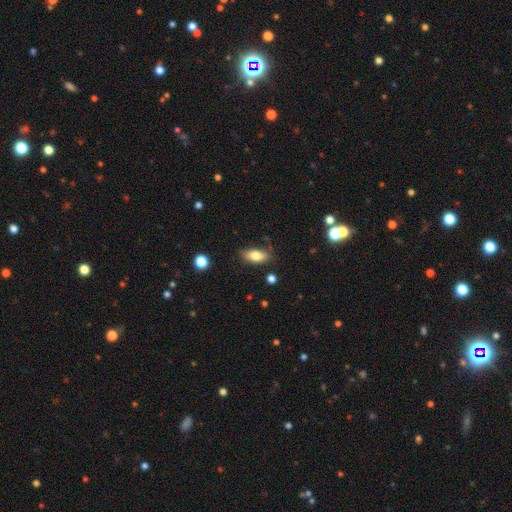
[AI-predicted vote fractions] Smooth or featured? smooth (77%)
How rounded? in between (84%)
Merging? none (80%)